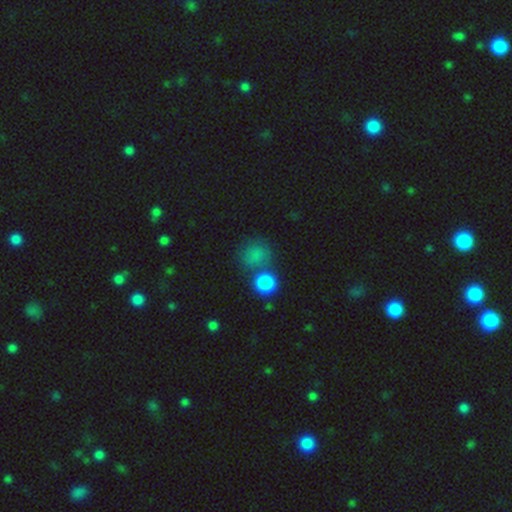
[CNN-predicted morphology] Overall: smooth (76%). How rounded: round (82%). Merging: none (51%; merger 26%).